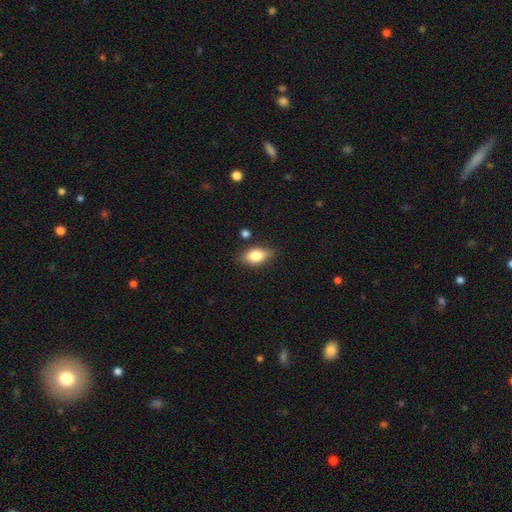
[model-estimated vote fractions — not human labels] smooth_or_featured: smooth (p=0.77) [alt: featured or disk p=0.16]
how_rounded: in between (p=0.85) [alt: round p=0.09]
merging: none (p=0.80) [alt: minor disturbance p=0.15]